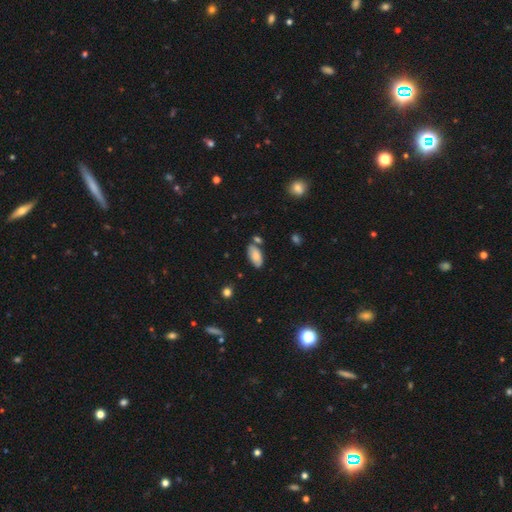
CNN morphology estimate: Smooth or featured: smooth — 81% (featured or disk — 12%)
How rounded: in between — 93% (cigar-shaped — 5%)
Merging: none — 71% (minor disturbance — 15%)